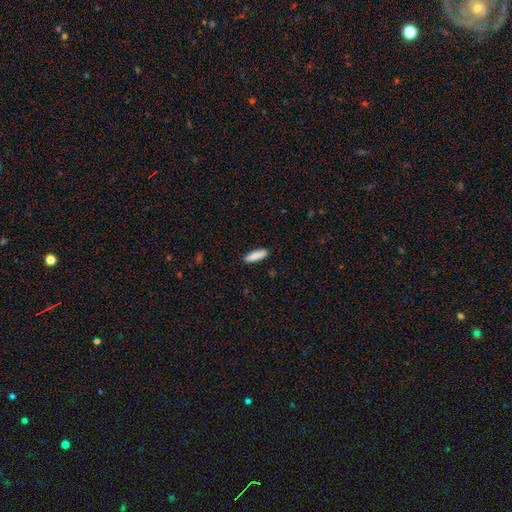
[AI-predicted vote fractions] Smooth or featured? smooth (86%)
How rounded? cigar-shaped (65%)
Merging? none (88%)